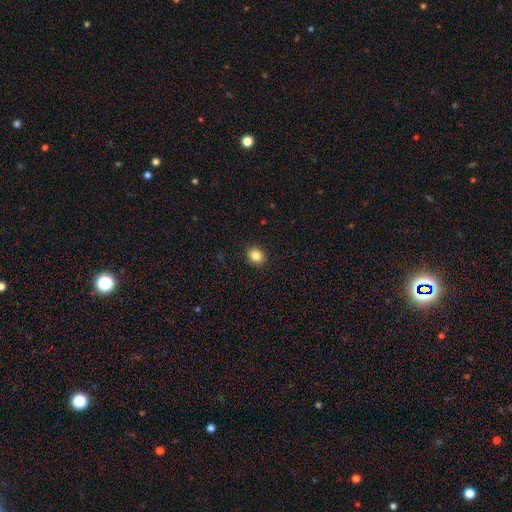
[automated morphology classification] Smooth or featured: smooth — 86% (star or artifact — 10%)
How rounded: round — 65% (in between — 34%)
Merging: none — 90% (minor disturbance — 7%)